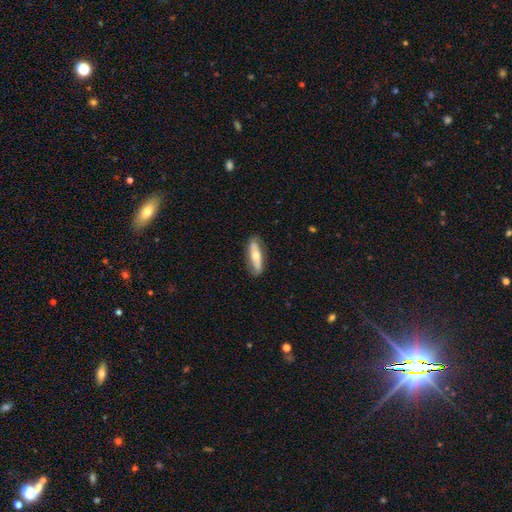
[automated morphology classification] A smooth galaxy with no disk features (48%).

Vote fractions:
- Smooth or featured? smooth: 48% / featured or disk: 46% / star or artifact: 5%
- Merging? none: 83% / minor disturbance: 13% / major disturbance: 3% / merger: 1%